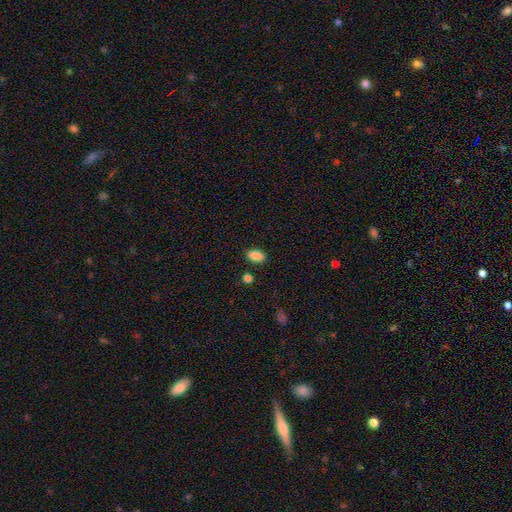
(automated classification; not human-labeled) Smooth or featured? smooth (88%)
How rounded? in between (90%)
Merging? none (84%)